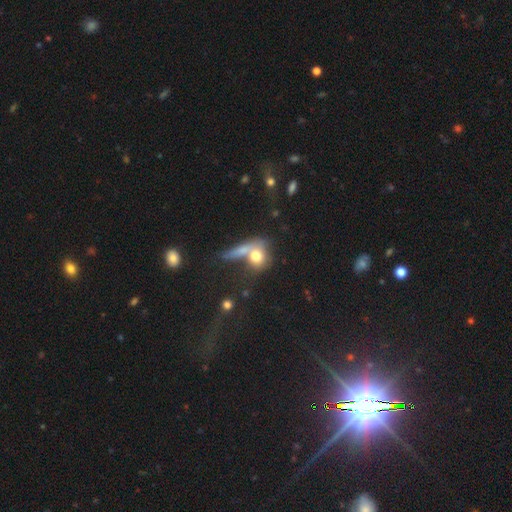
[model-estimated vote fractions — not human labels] This appears to be a smooth galaxy with no disk features (71%) that is round (64%). Merging: merger (42%).